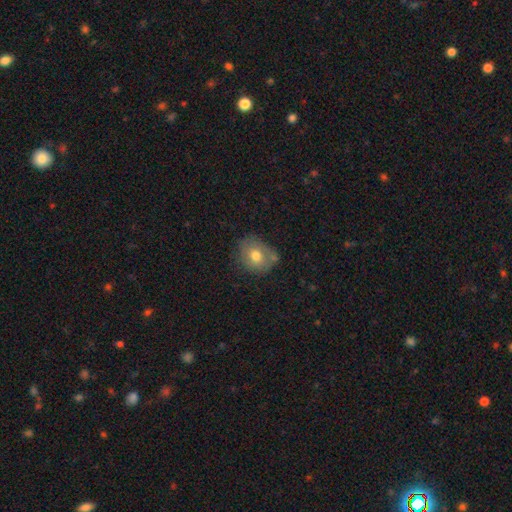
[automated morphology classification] Smooth or featured?
  - smooth: 71% *
  - featured or disk: 20%
  - star or artifact: 9%
How rounded?
  - round: 60% *
  - in between: 39%
  - cigar-shaped: 1%
Merging?
  - none: 59% *
  - minor disturbance: 25%
  - merger: 9%
  - major disturbance: 7%